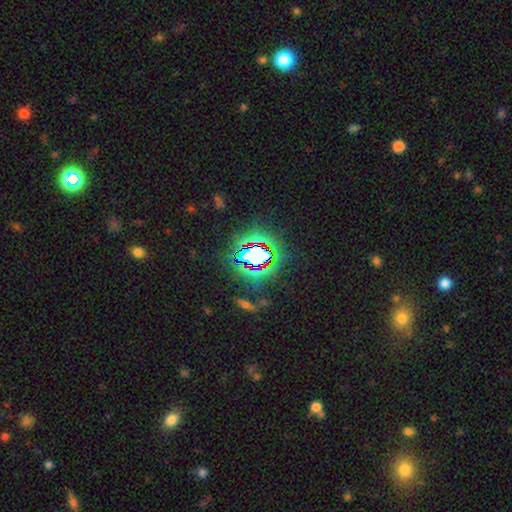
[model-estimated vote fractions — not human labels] This appears to be a star or artifact, not a galaxy (75%).